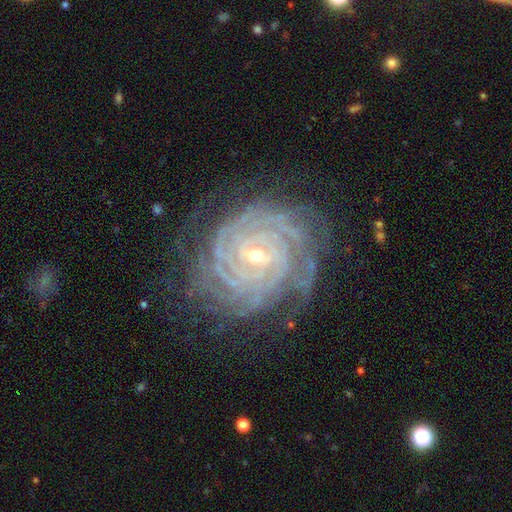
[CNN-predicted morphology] Smooth or featured?
  - featured or disk: 92% *
  - star or artifact: 5%
  - smooth: 3%
Edge-on disk?
  - no: 97% *
  - yes: 3%
Bar?
  - weak: 44% *
  - no: 31%
  - strong: 26%
Spiral arms?
  - yes: 99% *
  - no: 1%
Spiral winding?
  - tight: 88% *
  - medium: 10%
  - loose: 2%
Spiral arm count?
  - 4: 25% *
  - more than 4: 24%
  - can't tell: 19%
  - 3: 13%
  - 2: 11%
  - 1: 8%
Bulge size?
  - small: 63% *
  - moderate: 34%
  - large: 1%
  - none: 1%
  - dominant: 1%
Merging?
  - none: 78% *
  - minor disturbance: 15%
  - major disturbance: 6%
  - merger: 1%